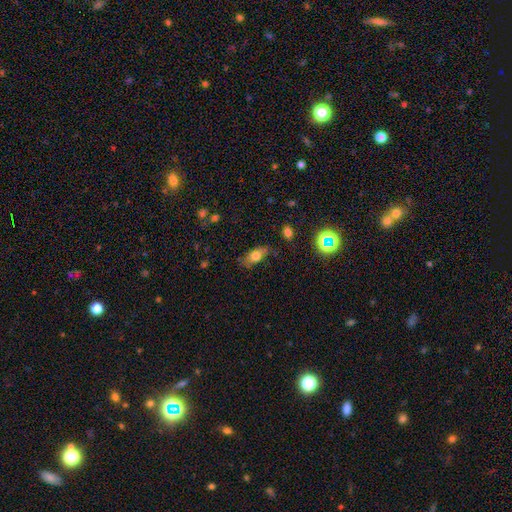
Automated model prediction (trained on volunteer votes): Q: Smooth or featured?
A: smooth (65%); runner-up: featured or disk (24%)
Q: How rounded?
A: in between (78%); runner-up: cigar-shaped (13%)
Q: Merging?
A: none (65%); runner-up: minor disturbance (24%)